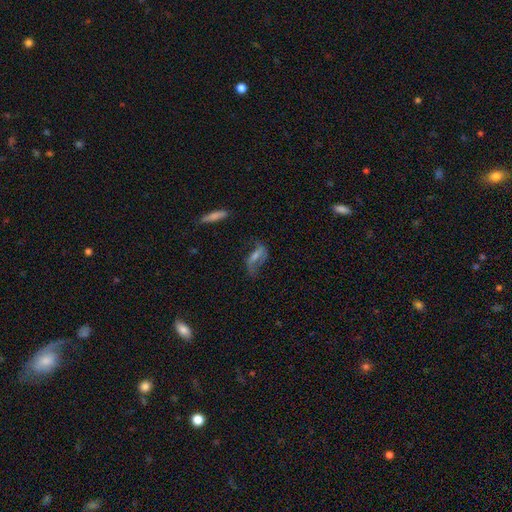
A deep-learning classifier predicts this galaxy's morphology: The model was most divided on "bulge size": small: 44%, moderate: 38%, none: 12%, large: 4%, dominant: 1%. Remaining: edge-on disk — no (89%); spiral arms — yes (82%); smooth or featured — featured or disk (68%); merging — none (61%); bar — weak (40%).